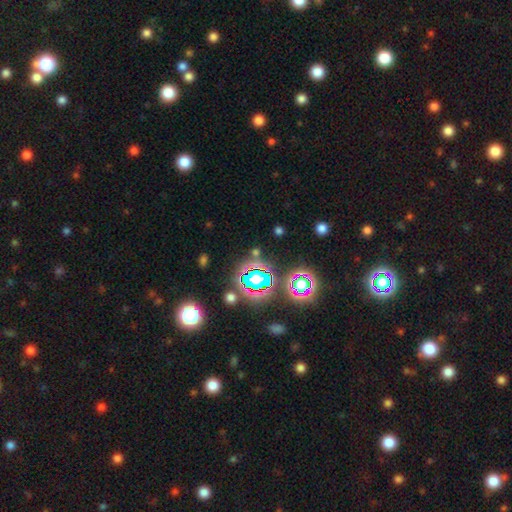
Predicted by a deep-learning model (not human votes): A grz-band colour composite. It shows a star or artifact, not a galaxy (72%).